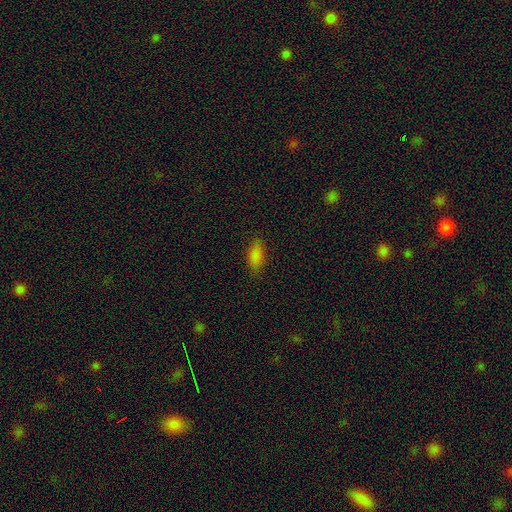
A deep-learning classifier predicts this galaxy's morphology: Smooth or featured?
  - smooth: 84% *
  - star or artifact: 10%
  - featured or disk: 6%
How rounded?
  - in between: 81% *
  - cigar-shaped: 16%
  - round: 3%
Merging?
  - none: 84% *
  - minor disturbance: 12%
  - major disturbance: 3%
  - merger: 1%